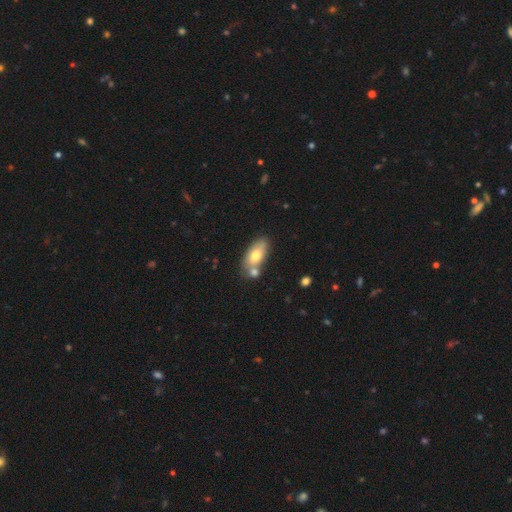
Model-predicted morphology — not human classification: Q: Smooth or featured?
A: smooth (71%); runner-up: featured or disk (22%)
Q: How rounded?
A: in between (88%); runner-up: cigar-shaped (7%)
Q: Merging?
A: none (53%); runner-up: merger (29%)